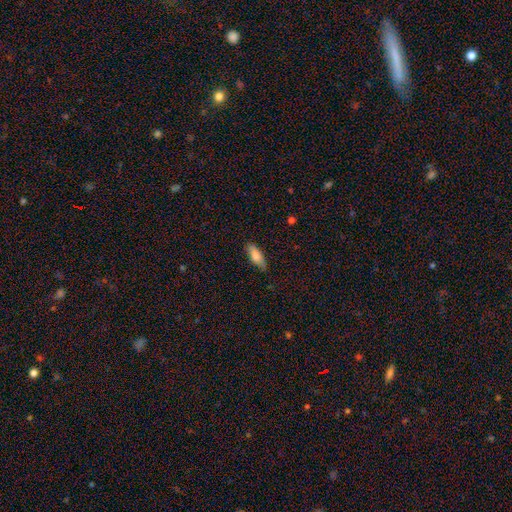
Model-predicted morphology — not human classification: This is clearly a smooth galaxy (81%). How rounded: likely in between (66%). Merging: likely none (79%).